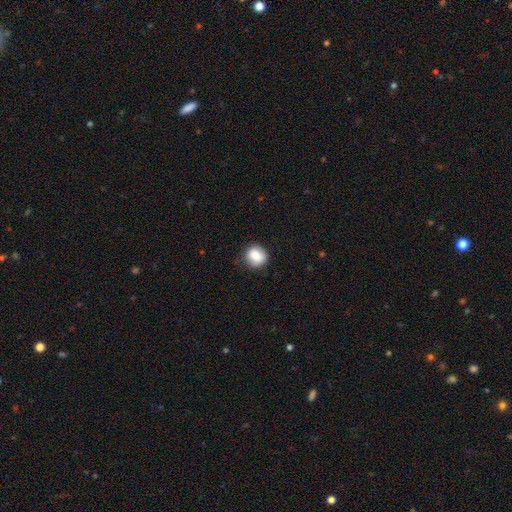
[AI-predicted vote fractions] Smooth or featured: smooth — 85% (star or artifact — 9%)
How rounded: round — 77% (in between — 22%)
Merging: none — 76% (minor disturbance — 18%)